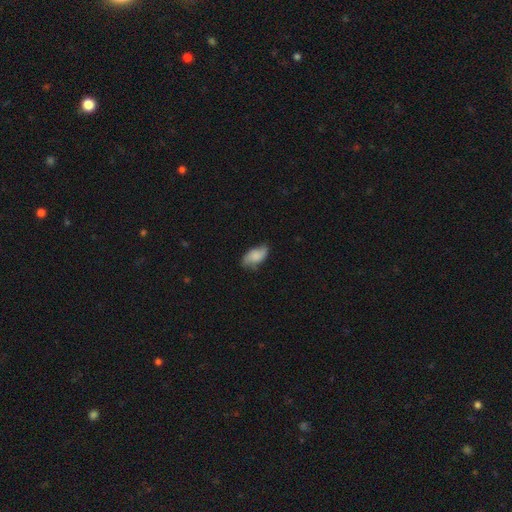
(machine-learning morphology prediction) Smooth or featured: smooth — 62% (featured or disk — 29%)
How rounded: in between — 92% (round — 5%)
Merging: none — 68% (minor disturbance — 25%)